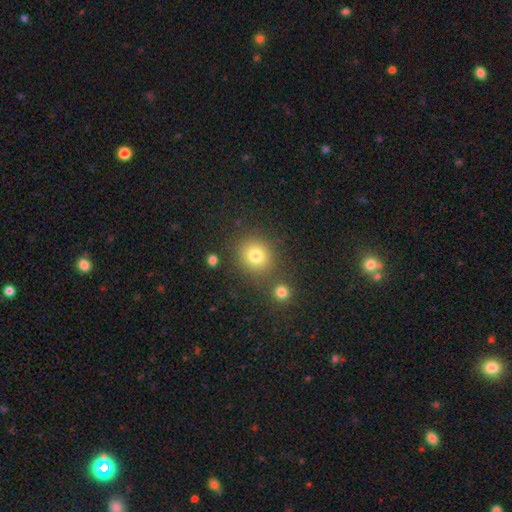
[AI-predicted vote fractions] Smooth or featured: smooth — 79% (star or artifact — 13%)
How rounded: round — 82% (in between — 17%)
Merging: none — 77% (merger — 10%)